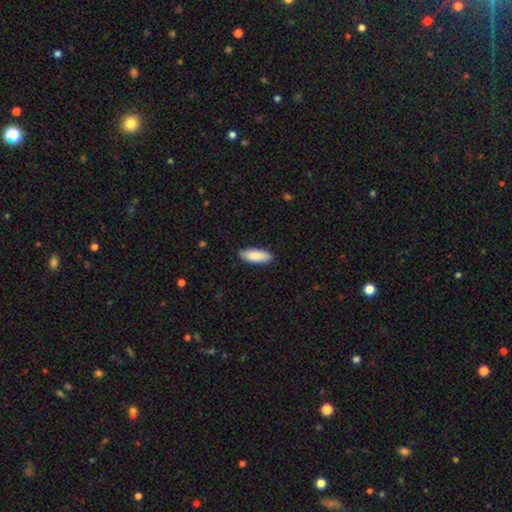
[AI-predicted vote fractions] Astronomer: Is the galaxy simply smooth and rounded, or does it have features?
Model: smooth — 88%.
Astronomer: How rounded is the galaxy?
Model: in between — 68%.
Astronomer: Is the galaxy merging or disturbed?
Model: none — 88%.